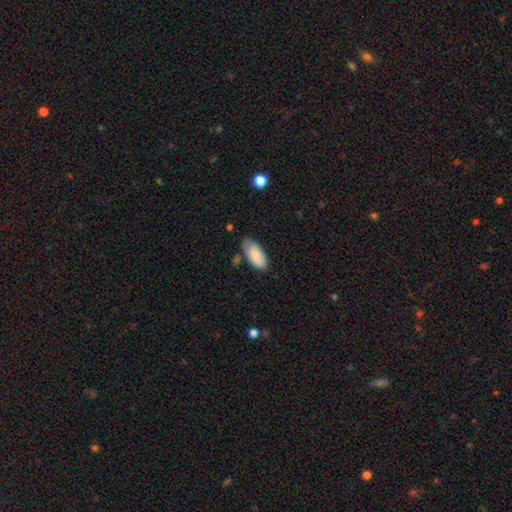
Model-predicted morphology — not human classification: This appears to be a smooth galaxy with no disk features (86%) that is in between round and cigar-shaped (91%). Merging: none (67%).